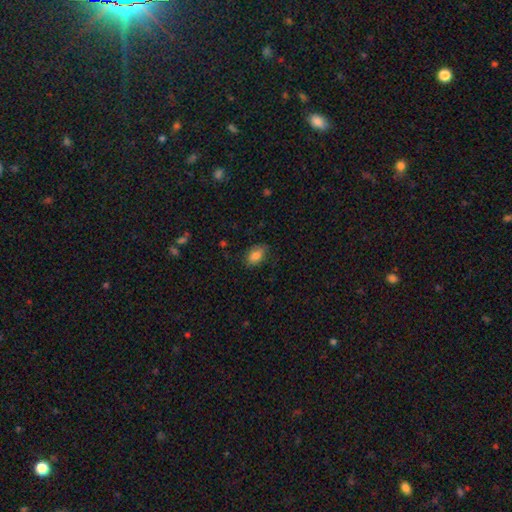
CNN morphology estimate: type=smooth (83%); roundness=in between (87%); merging=none (76%).